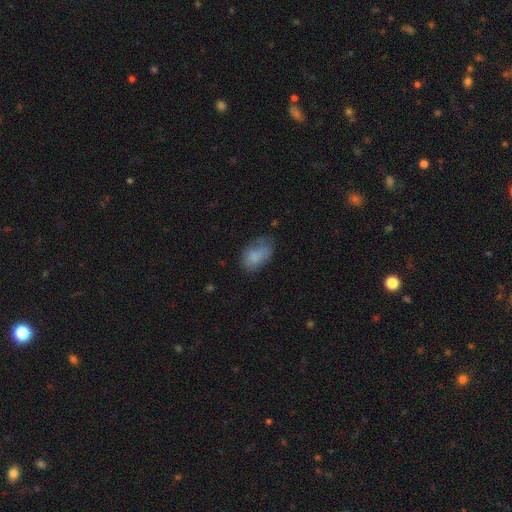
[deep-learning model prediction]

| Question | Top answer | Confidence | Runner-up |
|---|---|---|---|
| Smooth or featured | smooth | 77% | featured or disk (15%) |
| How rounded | in between | 88% | round (10%) |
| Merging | none | 46% | minor disturbance (33%) |